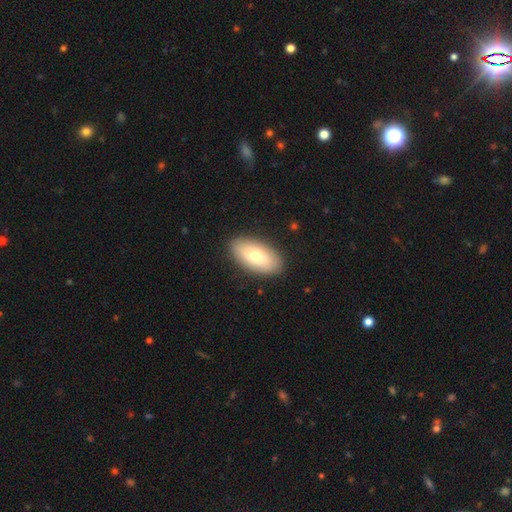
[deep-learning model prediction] smooth 70%, featured or disk 24%, star or artifact 6%. Down the decision tree: how rounded — in between (93%); merging — none (88%).